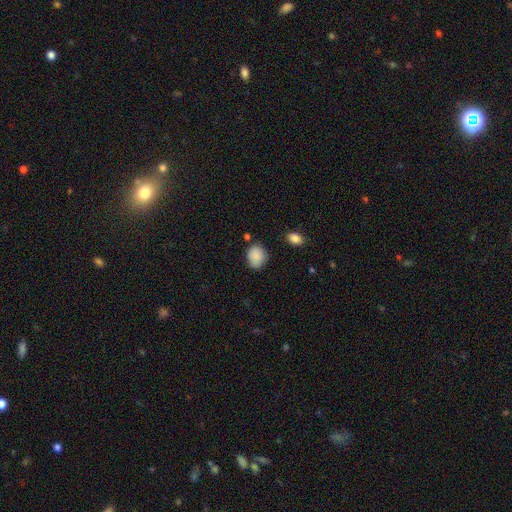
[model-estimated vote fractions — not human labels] Smooth or featured? Predicted: smooth (p=0.88). How rounded? Predicted: round (p=0.58). Merging? Predicted: none (p=0.74).